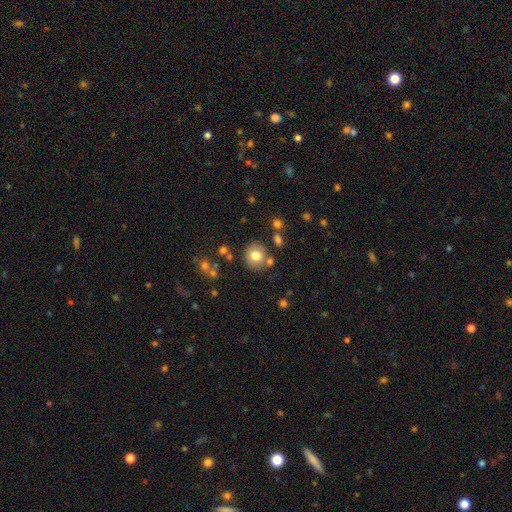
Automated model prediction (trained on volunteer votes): Morphology: type=smooth (76%); roundness=round (84%); merging=none (76%).